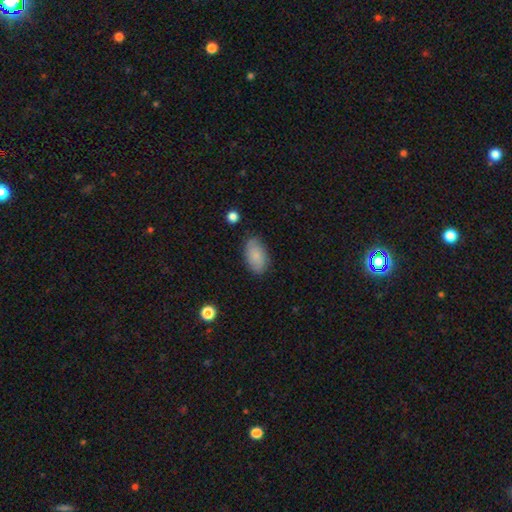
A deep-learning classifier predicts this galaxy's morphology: This is clearly a smooth galaxy (84%). How rounded: clearly in between (94%). Merging: clearly none (81%).